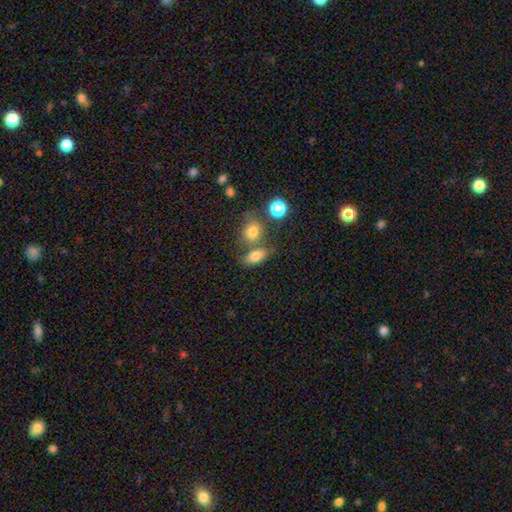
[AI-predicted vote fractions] Smooth or featured?
  - smooth: 78% *
  - star or artifact: 11%
  - featured or disk: 10%
How rounded?
  - in between: 78% *
  - round: 17%
  - cigar-shaped: 5%
Merging?
  - none: 51% *
  - merger: 30%
  - minor disturbance: 13%
  - major disturbance: 5%